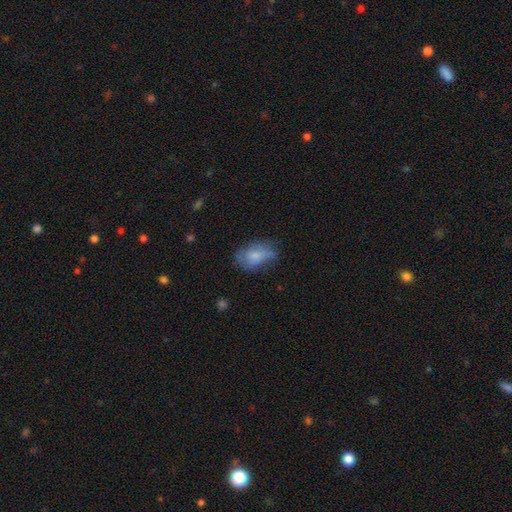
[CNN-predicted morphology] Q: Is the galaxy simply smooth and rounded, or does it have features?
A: smooth — 70%.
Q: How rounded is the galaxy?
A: in between — 86%.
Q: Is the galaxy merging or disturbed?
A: none — 47%.